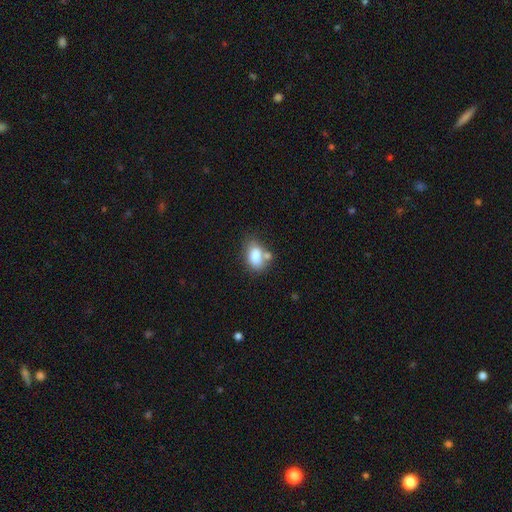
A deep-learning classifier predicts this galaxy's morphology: A smooth galaxy with no disk features (79%) that is in between round and cigar-shaped (82%).

Vote fractions:
- Smooth or featured? smooth: 79% / featured or disk: 12% / star or artifact: 9%
- How rounded? in between: 82% / round: 16% / cigar-shaped: 2%
- Merging? none: 49% / merger: 27% / minor disturbance: 18% / major disturbance: 6%